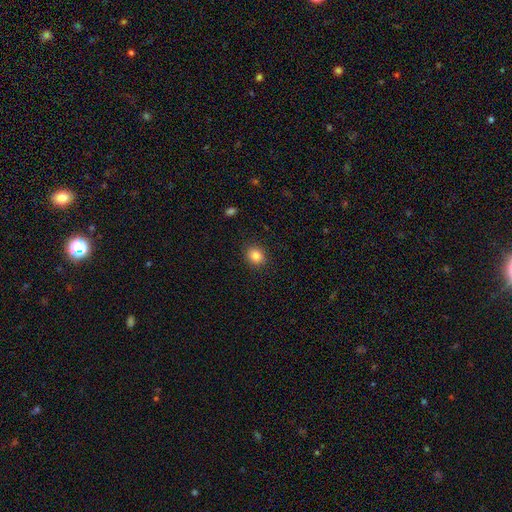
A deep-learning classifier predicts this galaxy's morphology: The model was most divided on "how rounded": round: 68%, in between: 31%, cigar-shaped: 1%. More confident: merging — none (89%); smooth or featured — smooth (85%).